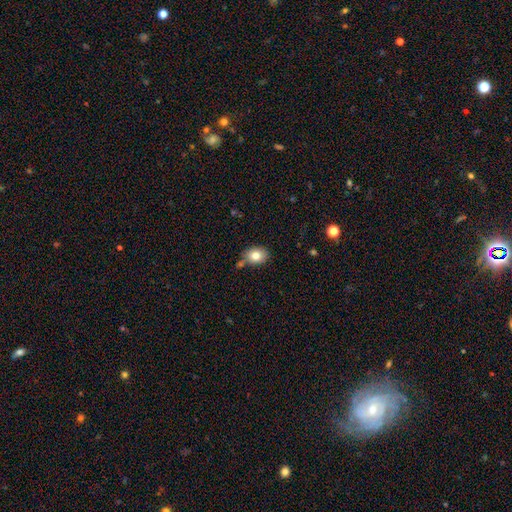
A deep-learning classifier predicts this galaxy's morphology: A smooth galaxy with no disk features (80%) that is in between round and cigar-shaped (59%). Merging: none (68%).